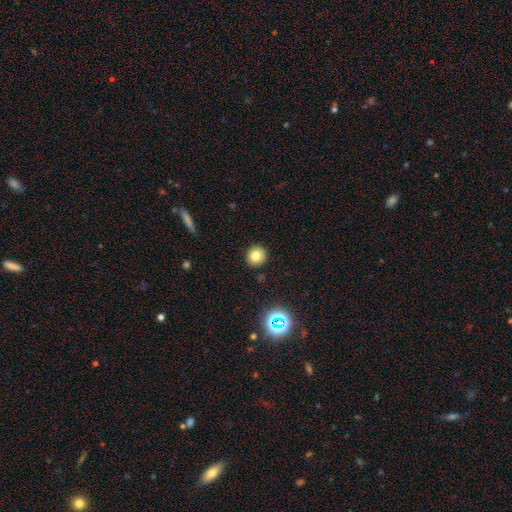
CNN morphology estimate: type=smooth (77%); roundness=round (90%); merging=none (91%).